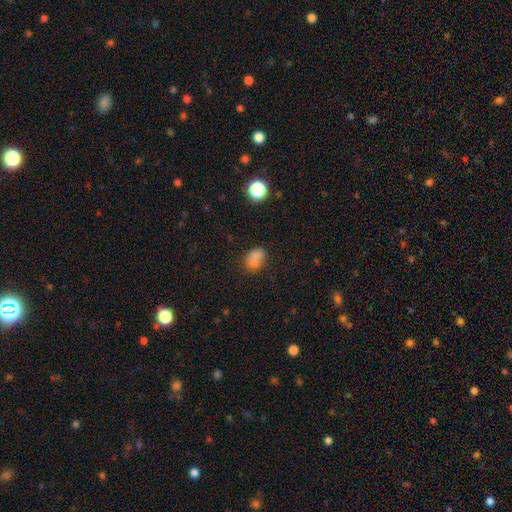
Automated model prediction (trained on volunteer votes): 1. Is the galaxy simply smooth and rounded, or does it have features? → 76% smooth, 14% star or artifact, 10% featured or disk.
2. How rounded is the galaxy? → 69% in between, 30% round, 2% cigar-shaped.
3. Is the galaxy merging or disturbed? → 54% none, 22% merger, 17% minor disturbance, 7% major disturbance.